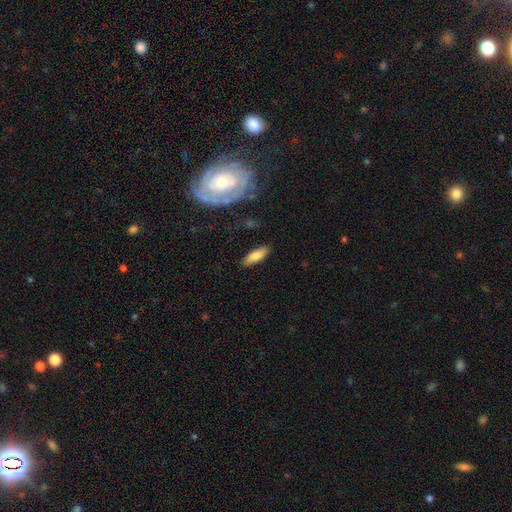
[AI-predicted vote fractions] smooth 77%, featured or disk 17%, star or artifact 7%. Down the decision tree: how rounded — in between (64%); merging — none (85%).